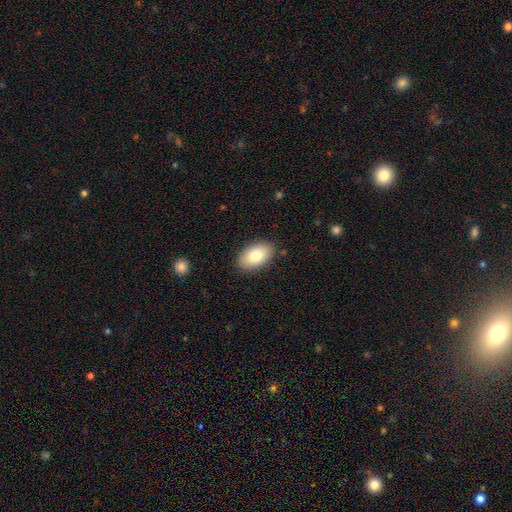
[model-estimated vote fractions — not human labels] Q: Smooth or featured?
A: smooth (80%); runner-up: featured or disk (13%)
Q: How rounded?
A: in between (93%); runner-up: round (6%)
Q: Merging?
A: none (87%); runner-up: minor disturbance (10%)